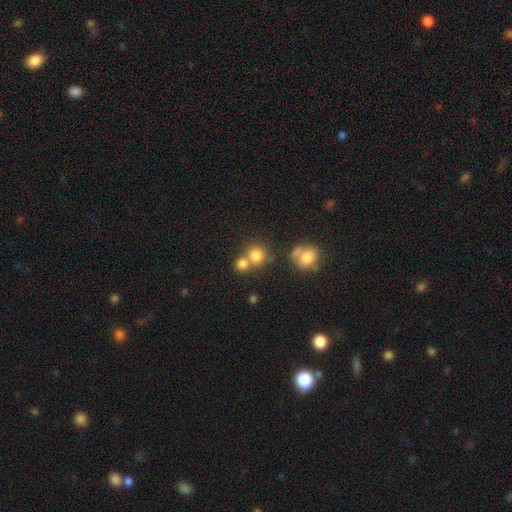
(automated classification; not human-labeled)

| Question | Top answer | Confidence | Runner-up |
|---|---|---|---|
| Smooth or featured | smooth | 78% | star or artifact (13%) |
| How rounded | round | 84% | in between (15%) |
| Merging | none | 48% | merger (40%) |